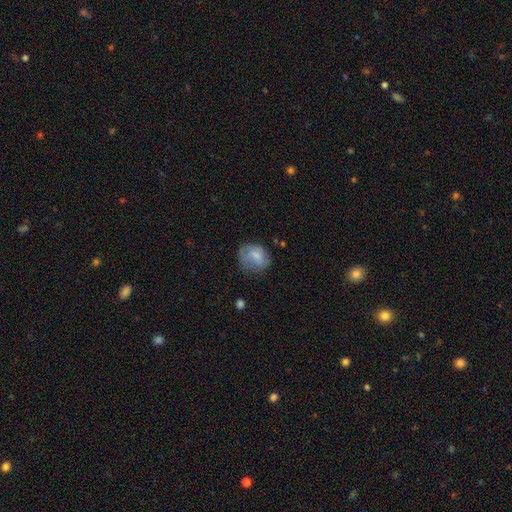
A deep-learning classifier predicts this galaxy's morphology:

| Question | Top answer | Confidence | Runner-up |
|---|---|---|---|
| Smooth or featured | smooth | 67% | featured or disk (25%) |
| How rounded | round | 60% | in between (39%) |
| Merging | none | 52% | minor disturbance (29%) |